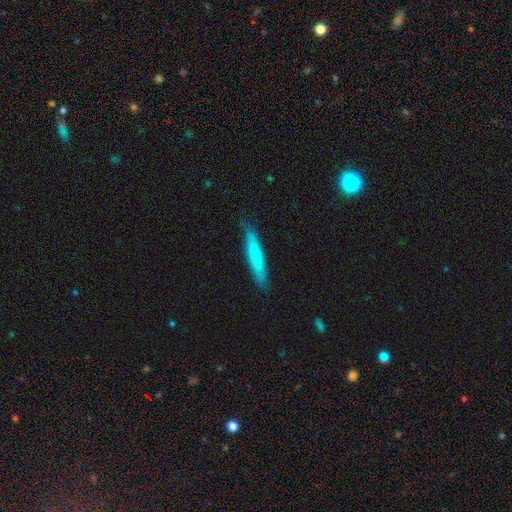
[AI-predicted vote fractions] The model was most divided on "smooth or featured": smooth: 70%, featured or disk: 25%, star or artifact: 6%. More confident: how rounded — cigar-shaped (93%); merging — none (84%).